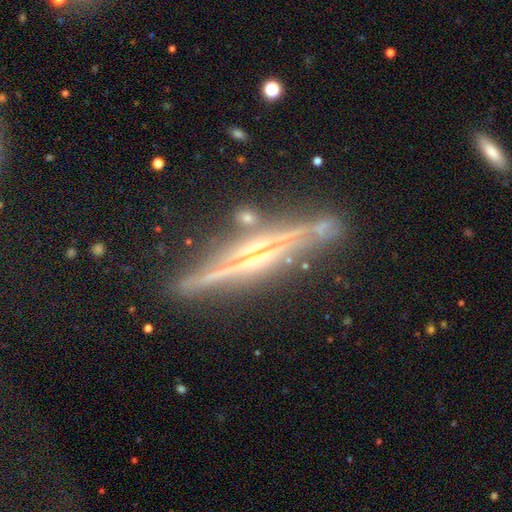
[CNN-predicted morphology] The model was most divided on "edge-on bulge": rounded: 61%, none: 24%, boxy: 15%. More confident: edge-on disk — yes (97%); smooth or featured — featured or disk (87%); merging — none (84%).